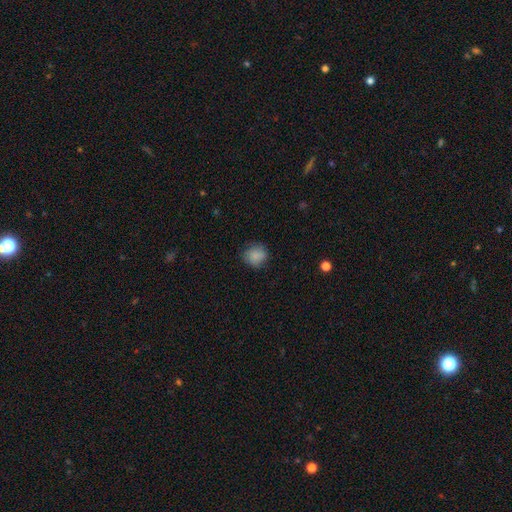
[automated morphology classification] smooth_or_featured: smooth (p=0.85) [alt: star or artifact p=0.09]
how_rounded: round (p=0.79) [alt: in between p=0.20]
merging: none (p=0.76) [alt: minor disturbance p=0.18]